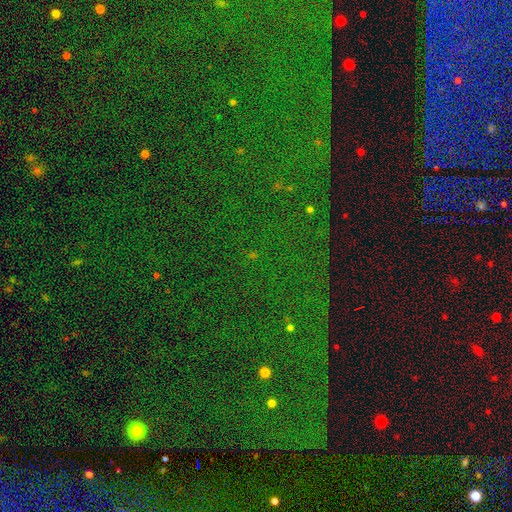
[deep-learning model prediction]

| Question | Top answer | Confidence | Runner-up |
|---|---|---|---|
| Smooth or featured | star or artifact | 83% | smooth (8%) |